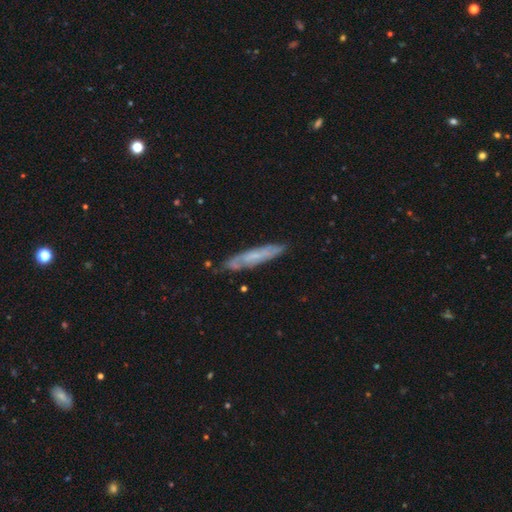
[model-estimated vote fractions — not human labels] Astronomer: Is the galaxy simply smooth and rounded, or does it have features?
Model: featured or disk — 57% (runner-up: smooth, 36%).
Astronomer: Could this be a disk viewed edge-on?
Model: yes — 54% (runner-up: no, 46%).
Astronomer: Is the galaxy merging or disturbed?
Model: none — 77%.